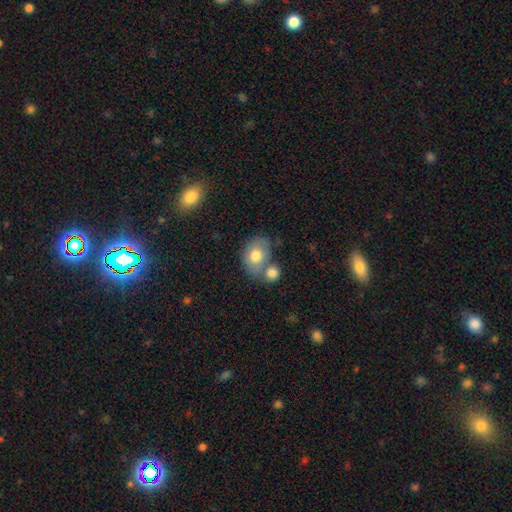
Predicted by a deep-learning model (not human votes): Morphology: type=smooth (76%); roundness=in between (61%); merging=none (41%).